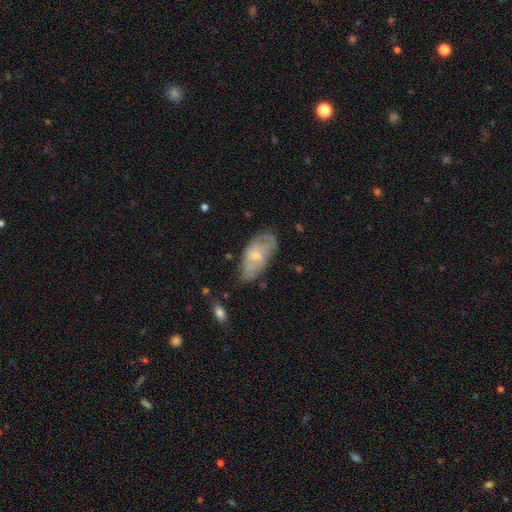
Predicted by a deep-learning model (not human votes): Smooth or featured? featured or disk (49%)
Merging? none (53%)